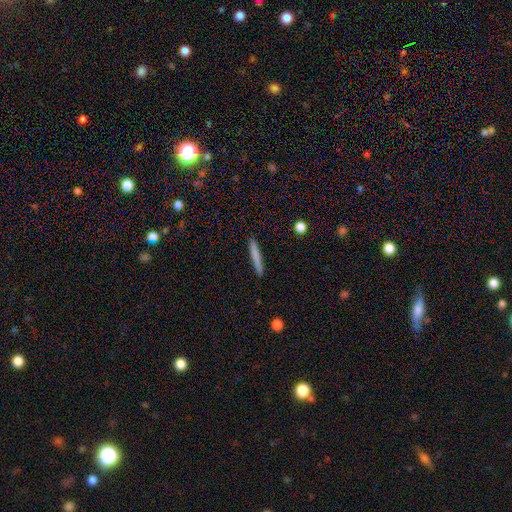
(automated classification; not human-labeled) A smooth galaxy with no disk features (77%) that is cigar-shaped (95%).

Vote fractions:
- Smooth or featured? smooth: 77% / featured or disk: 16% / star or artifact: 6%
- How rounded? cigar-shaped: 95% / in between: 3% / round: 1%
- Merging? none: 91% / minor disturbance: 7% / major disturbance: 1% / merger: 1%